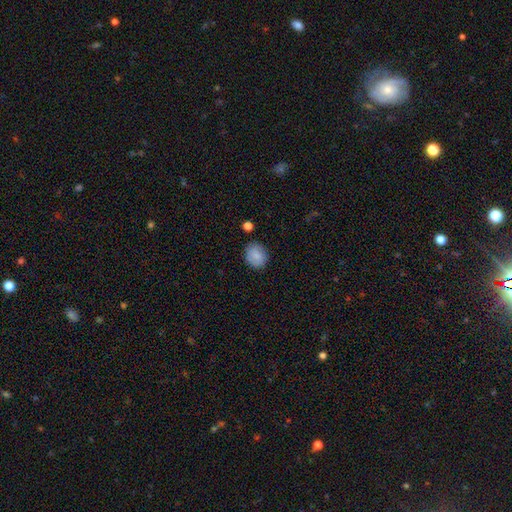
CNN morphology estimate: This is clearly a smooth galaxy (82%). How rounded: likely round (60%). Merging: clearly none (83%).